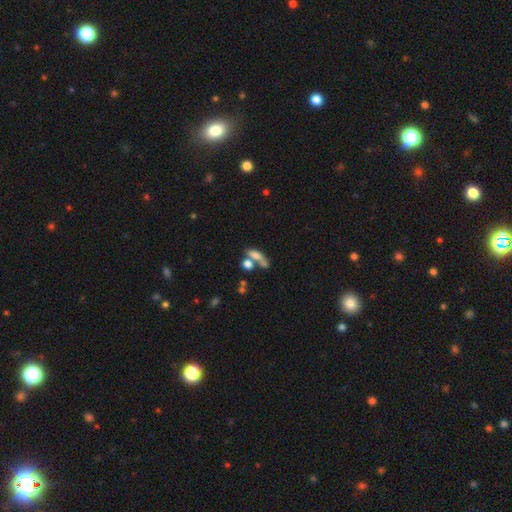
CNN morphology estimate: Smooth or featured? smooth (65%)
How rounded? in between (56%)
Merging? merger (42%)